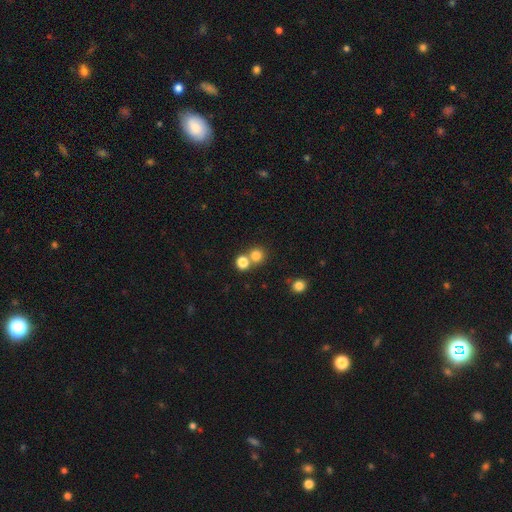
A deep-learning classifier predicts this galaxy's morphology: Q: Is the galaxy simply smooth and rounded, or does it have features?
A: smooth — 79%.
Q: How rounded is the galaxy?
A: round — 89%.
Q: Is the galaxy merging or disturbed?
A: none — 59%.